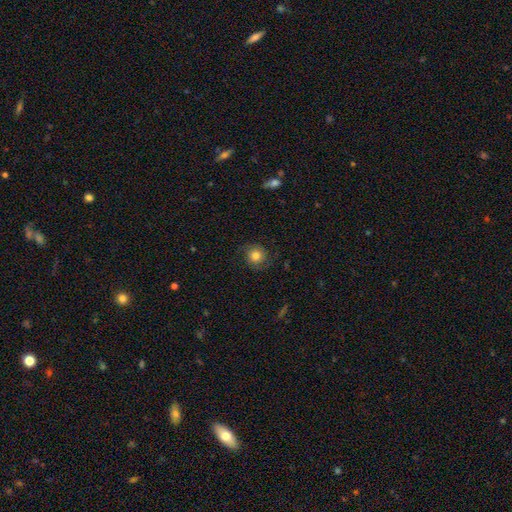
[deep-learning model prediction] smooth_or_featured: smooth (p=0.74) [alt: featured or disk p=0.16]
how_rounded: round (p=0.91) [alt: in between p=0.08]
merging: none (p=0.80) [alt: minor disturbance p=0.14]